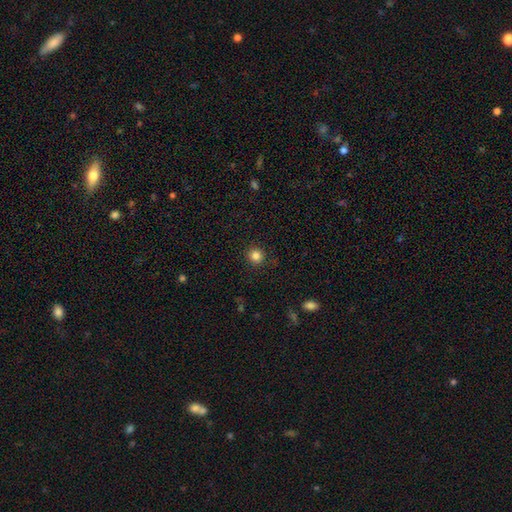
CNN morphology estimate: smooth 84%, star or artifact 12%, featured or disk 4%. Down the decision tree: how rounded — round (93%); merging — none (90%).